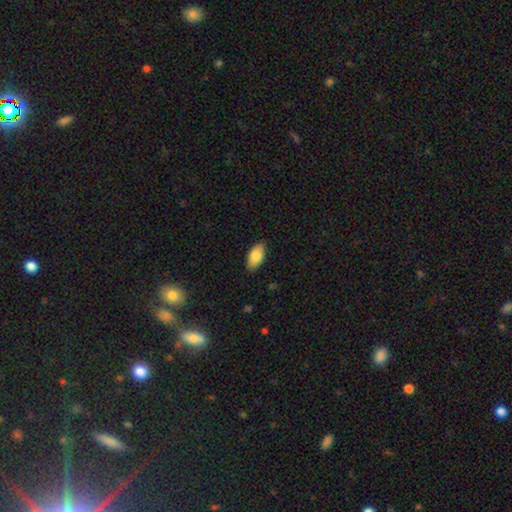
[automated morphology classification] Q: Smooth or featured?
A: smooth (84%); runner-up: featured or disk (10%)
Q: How rounded?
A: in between (92%); runner-up: cigar-shaped (6%)
Q: Merging?
A: none (87%); runner-up: minor disturbance (10%)